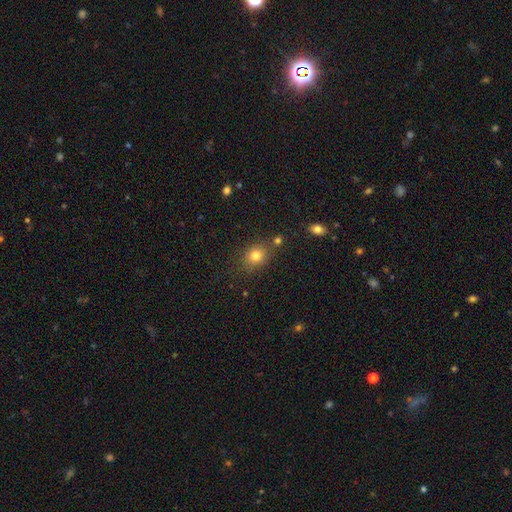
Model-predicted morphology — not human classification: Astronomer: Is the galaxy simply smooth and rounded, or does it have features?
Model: smooth — 79%.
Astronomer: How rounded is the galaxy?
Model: round — 56% (runner-up: in between, 42%).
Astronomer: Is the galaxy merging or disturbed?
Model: none — 74%.